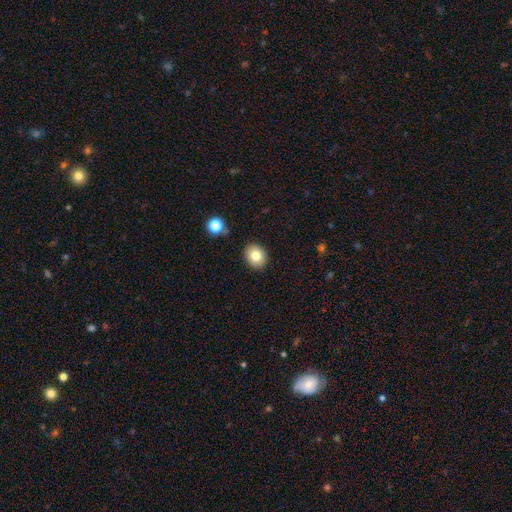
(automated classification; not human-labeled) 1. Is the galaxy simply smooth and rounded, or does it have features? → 81% smooth, 10% featured or disk, 10% star or artifact.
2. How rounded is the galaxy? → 56% round, 43% in between, 1% cigar-shaped.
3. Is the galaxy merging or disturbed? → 88% none, 8% minor disturbance, 2% major disturbance, 2% merger.